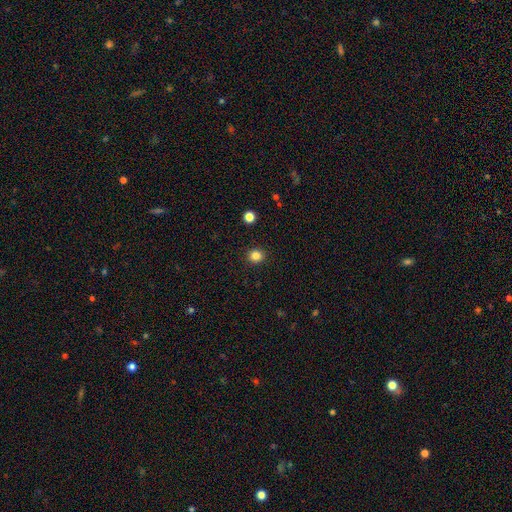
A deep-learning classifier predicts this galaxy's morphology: The model was most divided on "smooth or featured": smooth: 84%, star or artifact: 12%, featured or disk: 4%. More confident: merging — none (92%); how rounded — round (86%).